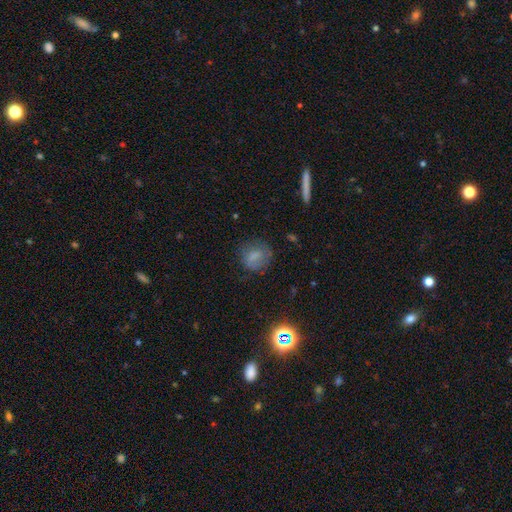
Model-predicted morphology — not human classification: Smooth or featured? Predicted: smooth (p=0.70). How rounded? Predicted: round (p=0.70). Merging? Predicted: none (p=0.68).